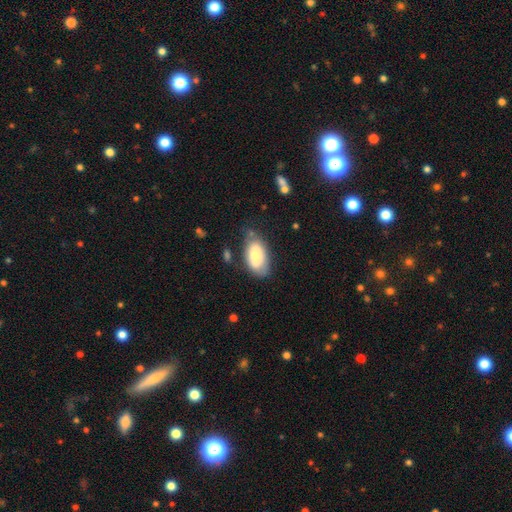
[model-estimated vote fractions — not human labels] A smooth galaxy with no disk features (73%) that is in between round and cigar-shaped (94%). Merging: none (62%).